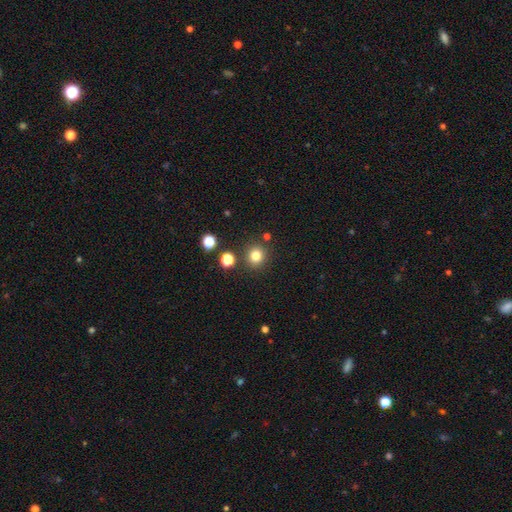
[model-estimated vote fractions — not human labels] This is clearly a smooth galaxy (80%). How rounded: clearly round (91%). Merging: clearly none (86%).